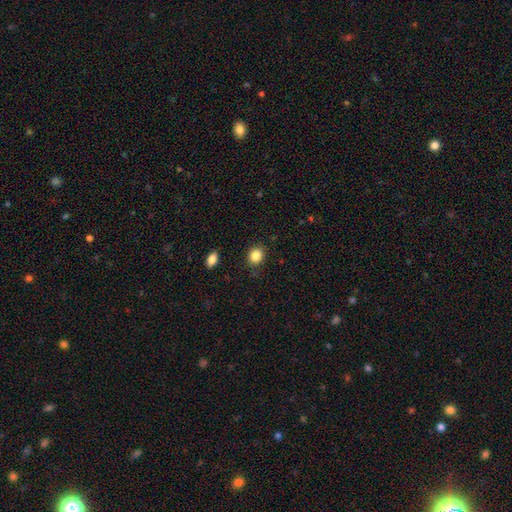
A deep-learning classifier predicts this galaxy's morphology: Q: Smooth or featured?
A: smooth (85%); runner-up: star or artifact (10%)
Q: How rounded?
A: round (67%); runner-up: in between (32%)
Q: Merging?
A: none (85%); runner-up: minor disturbance (11%)